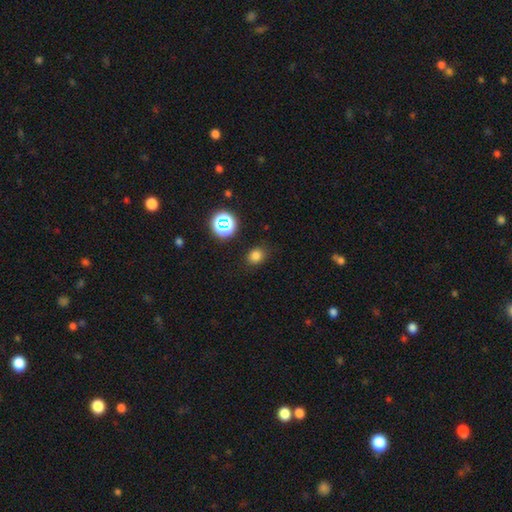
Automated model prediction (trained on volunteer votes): This is likely a smooth galaxy (77%). How rounded: likely round (60%). Merging: clearly none (85%).